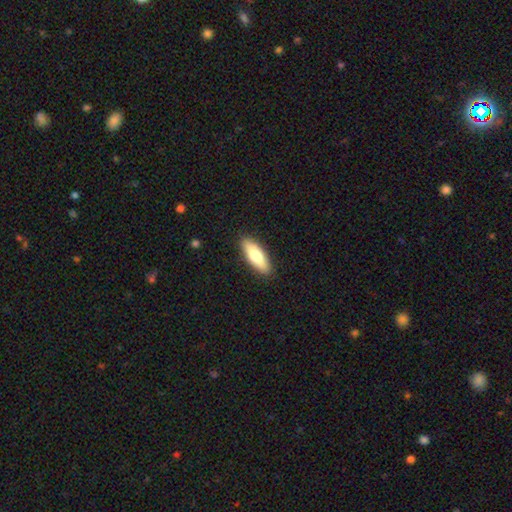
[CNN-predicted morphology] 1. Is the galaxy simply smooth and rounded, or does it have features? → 70% smooth, 24% featured or disk, 6% star or artifact.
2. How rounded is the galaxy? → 59% in between, 39% cigar-shaped, 2% round.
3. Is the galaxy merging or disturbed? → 89% none, 8% minor disturbance, 2% major disturbance, 1% merger.